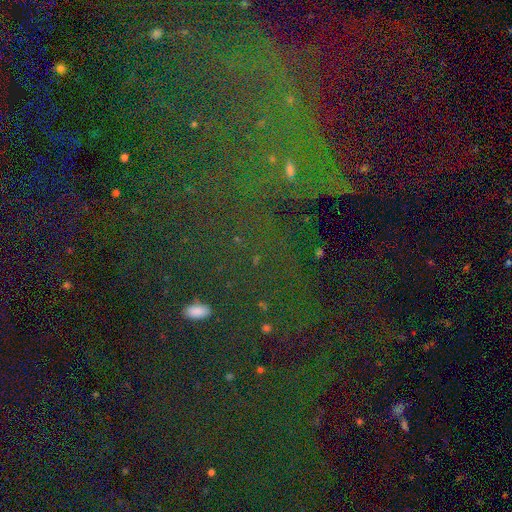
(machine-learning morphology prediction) Q: Smooth or featured?
A: star or artifact (81%); runner-up: smooth (10%)